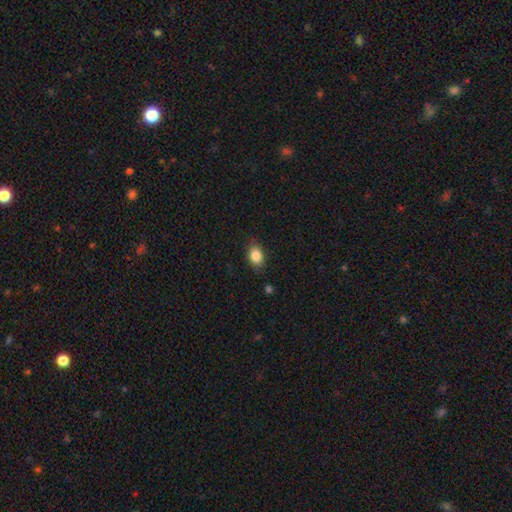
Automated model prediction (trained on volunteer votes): A smooth galaxy with no disk features (85%) that is in between round and cigar-shaped (78%).

Vote fractions:
- Smooth or featured? smooth: 85% / star or artifact: 8% / featured or disk: 7%
- How rounded? in between: 78% / round: 20% / cigar-shaped: 2%
- Merging? none: 82% / minor disturbance: 14% / major disturbance: 3% / merger: 1%